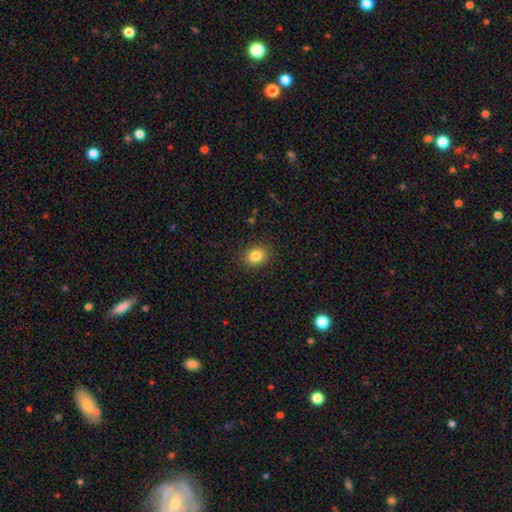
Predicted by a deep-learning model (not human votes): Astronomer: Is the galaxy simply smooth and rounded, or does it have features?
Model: smooth — 83%.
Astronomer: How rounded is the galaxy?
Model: round — 57% (runner-up: in between, 42%).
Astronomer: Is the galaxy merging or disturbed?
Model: none — 89%.